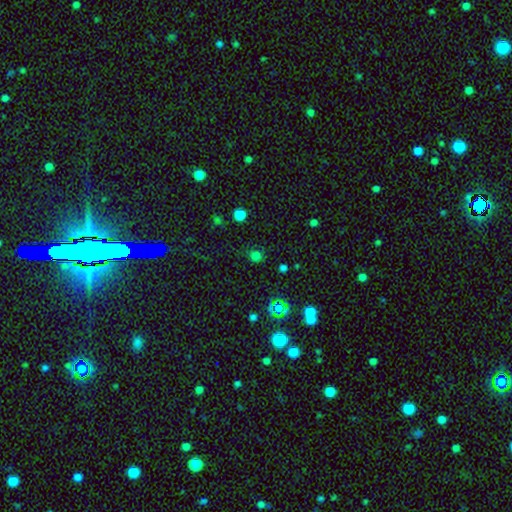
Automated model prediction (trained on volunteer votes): Morphology: type=smooth (66%); roundness=round (83%); merging=none (81%).